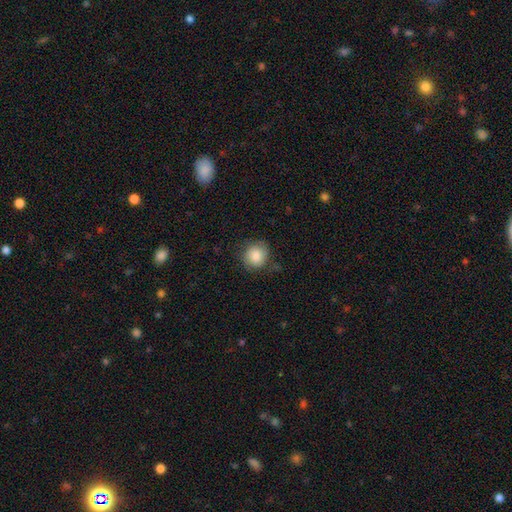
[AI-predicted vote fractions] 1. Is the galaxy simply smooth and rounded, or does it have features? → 85% smooth, 8% featured or disk, 7% star or artifact.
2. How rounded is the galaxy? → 84% round, 15% in between, 1% cigar-shaped.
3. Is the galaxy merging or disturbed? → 73% none, 20% minor disturbance, 5% major disturbance, 2% merger.